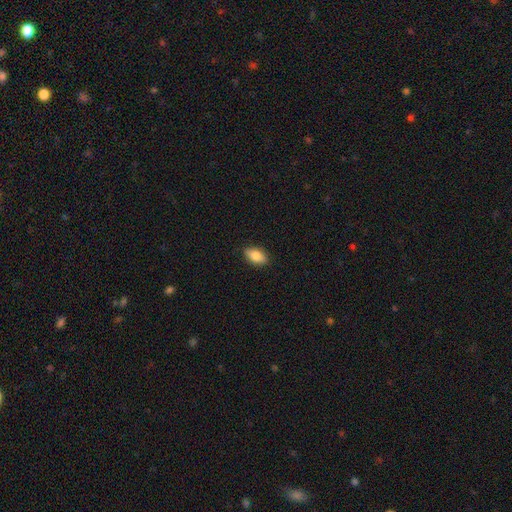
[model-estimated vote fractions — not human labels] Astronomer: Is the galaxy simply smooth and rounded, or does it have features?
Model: smooth — 82%.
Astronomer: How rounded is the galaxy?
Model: in between — 90%.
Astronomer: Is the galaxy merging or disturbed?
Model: none — 88%.